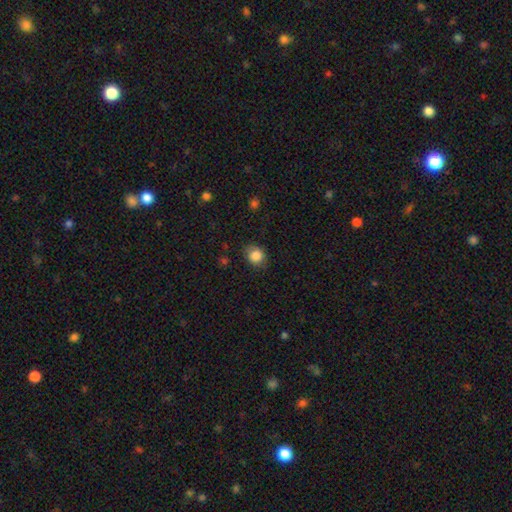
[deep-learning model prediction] Overall: smooth (85%). How rounded: round (72%). Merging: none (79%).